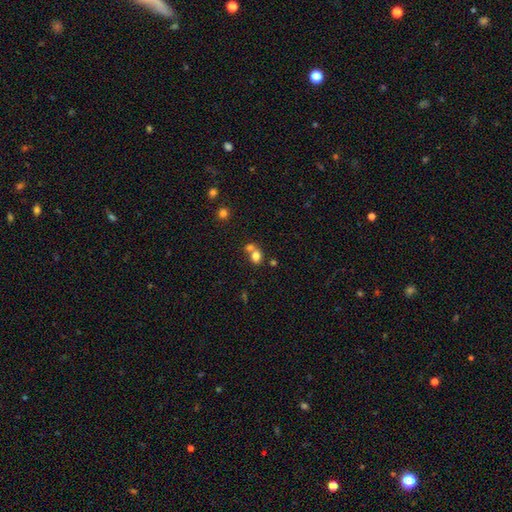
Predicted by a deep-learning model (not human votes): A smooth galaxy with no disk features (77%) that is in between round and cigar-shaped (51%).

Vote fractions:
- Smooth or featured? smooth: 77% / star or artifact: 12% / featured or disk: 11%
- How rounded? in between: 51% / round: 48% / cigar-shaped: 1%
- Merging? merger: 52% / none: 37% / minor disturbance: 7% / major disturbance: 3%